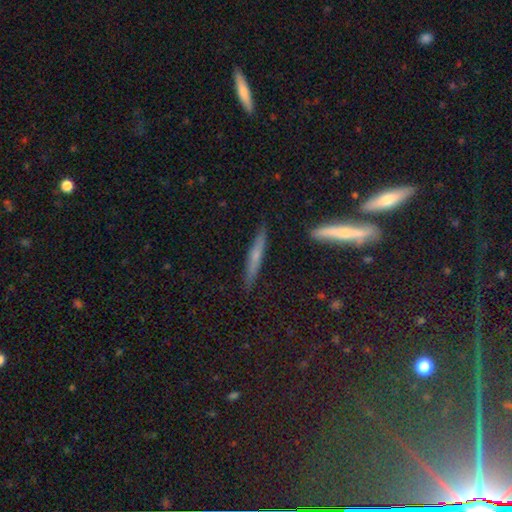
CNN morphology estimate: This appears to be a featured or disk galaxy (47%). Merging: none (86%).